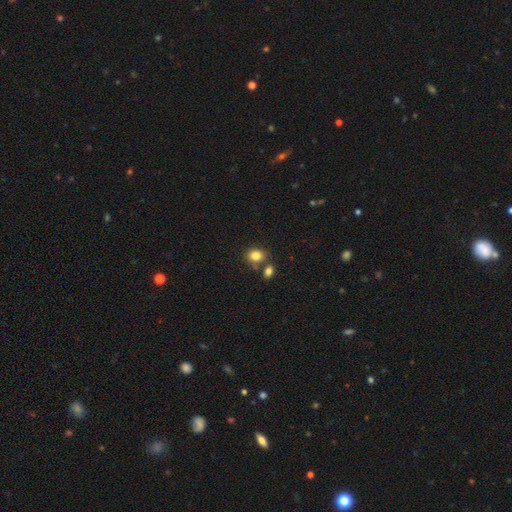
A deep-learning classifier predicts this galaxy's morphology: type=smooth (82%); roundness=in between (53%); merging=none (60%).